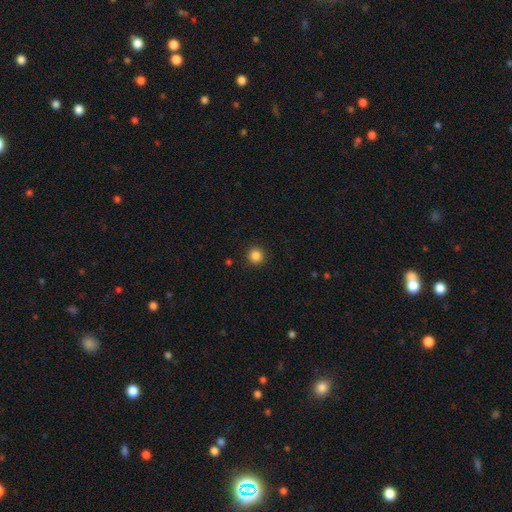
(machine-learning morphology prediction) type=smooth (85%); roundness=round (95%); merging=none (92%).